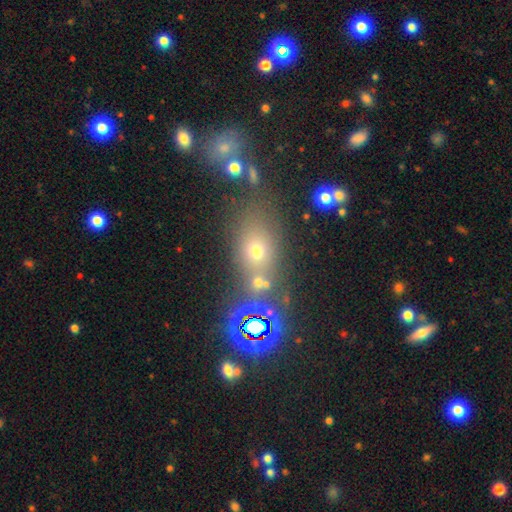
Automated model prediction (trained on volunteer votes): smooth 44%, star or artifact 41%, featured or disk 16%. Down the decision tree: merging — none (70%).